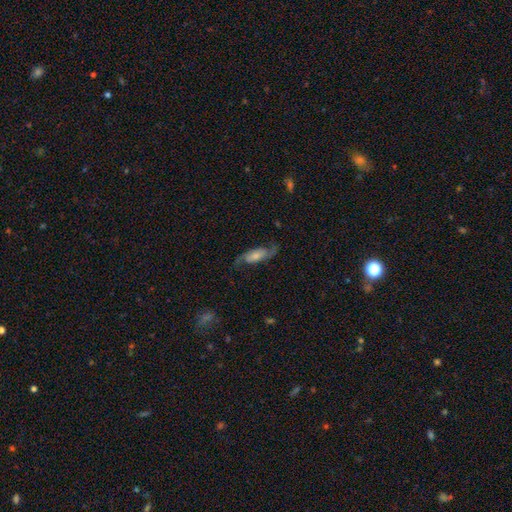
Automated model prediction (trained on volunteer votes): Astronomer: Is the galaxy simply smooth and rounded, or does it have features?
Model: featured or disk — 72%.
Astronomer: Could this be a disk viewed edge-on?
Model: no — 91%.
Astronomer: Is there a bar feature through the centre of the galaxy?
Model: no — 54% (runner-up: weak, 33%).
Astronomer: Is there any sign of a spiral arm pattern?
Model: yes — 94%.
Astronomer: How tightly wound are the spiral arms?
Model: loose — 51% (runner-up: medium, 37%).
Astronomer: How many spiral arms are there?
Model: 2 — 91%.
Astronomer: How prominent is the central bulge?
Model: small — 35% (runner-up: moderate, 33%).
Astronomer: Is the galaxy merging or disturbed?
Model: none — 72%.